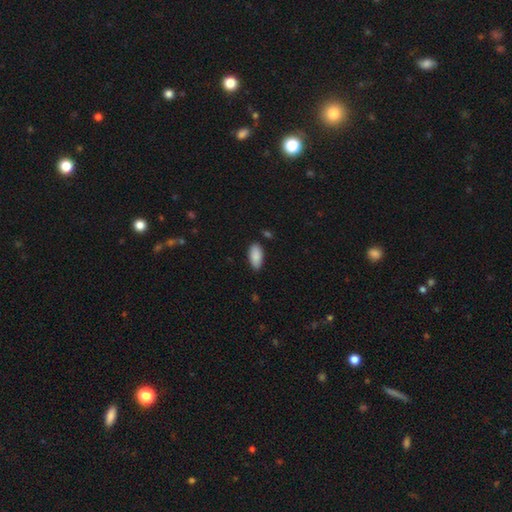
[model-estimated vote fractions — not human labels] Morphology: type=smooth (89%); roundness=in between (93%); merging=none (83%).